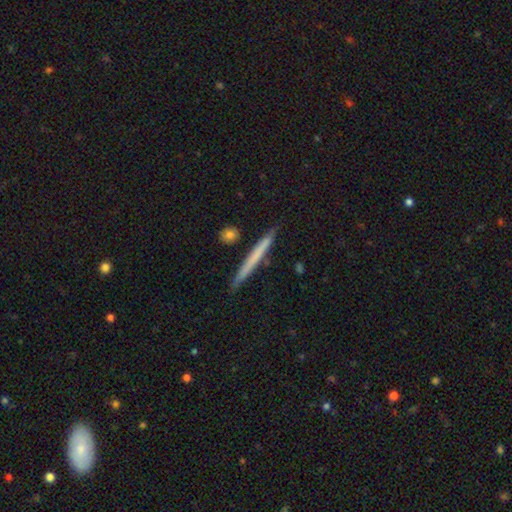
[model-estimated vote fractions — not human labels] Morphology: type=smooth (58%); roundness=cigar-shaped (97%); merging=none (87%).